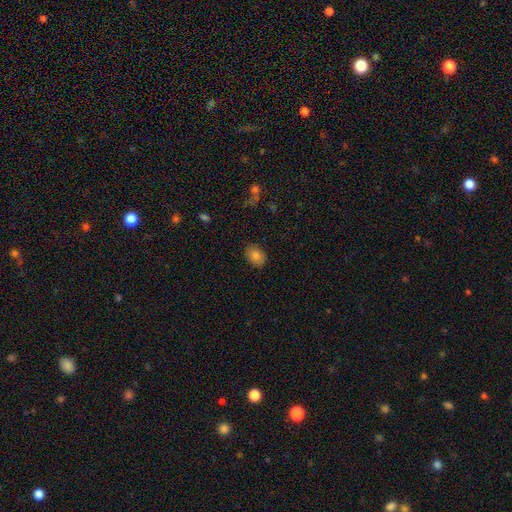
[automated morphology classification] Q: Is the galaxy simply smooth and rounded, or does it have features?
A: smooth — 83%.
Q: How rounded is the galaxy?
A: in between — 69%.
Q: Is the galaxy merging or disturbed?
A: none — 87%.